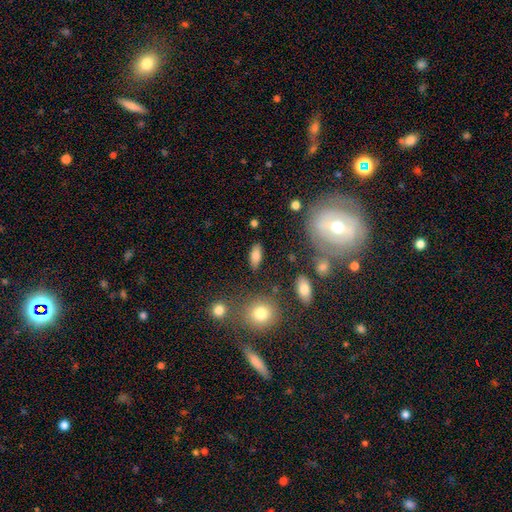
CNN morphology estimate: smooth_or_featured: smooth (p=0.79) [alt: featured or disk p=0.12]
how_rounded: in between (p=0.84) [alt: cigar-shaped p=0.12]
merging: none (p=0.82) [alt: minor disturbance p=0.11]